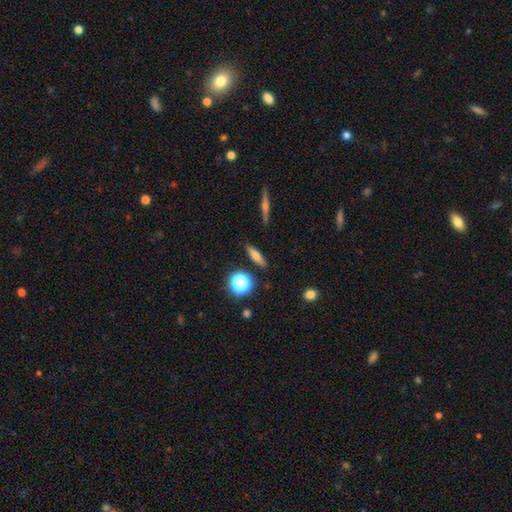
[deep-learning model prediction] Smooth or featured? smooth (63%)
How rounded? cigar-shaped (60%)
Merging? none (88%)